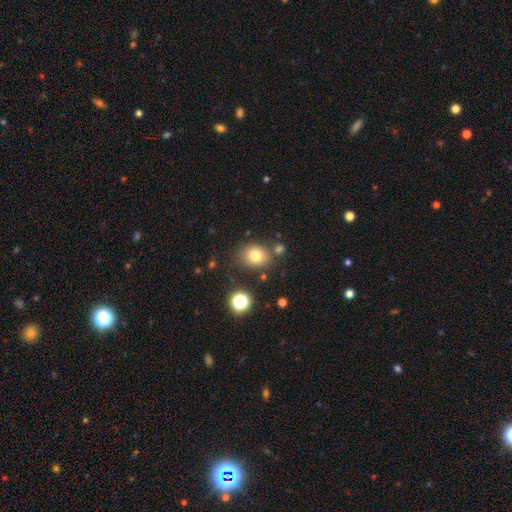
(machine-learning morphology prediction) A smooth galaxy with no disk features (78%) that is round (60%). Merging: none (74%).